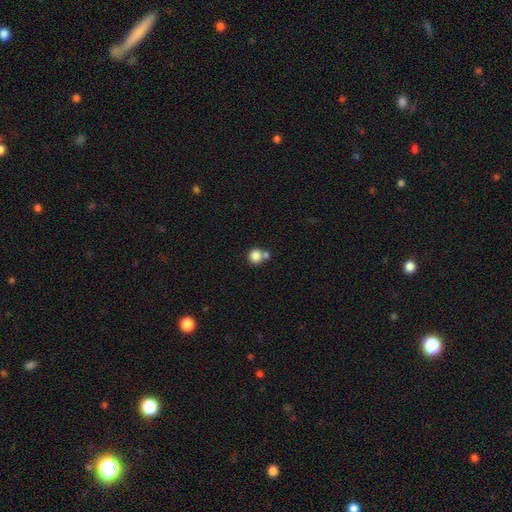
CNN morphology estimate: Smooth or featured: smooth — 83% (star or artifact — 10%)
How rounded: round — 89% (in between — 10%)
Merging: none — 50% (merger — 37%)